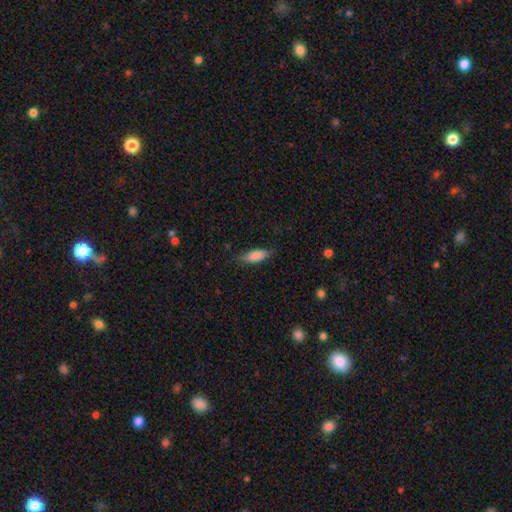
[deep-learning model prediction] smooth 83%, featured or disk 11%, star or artifact 6%. Down the decision tree: how rounded — in between (71%); merging — none (74%).